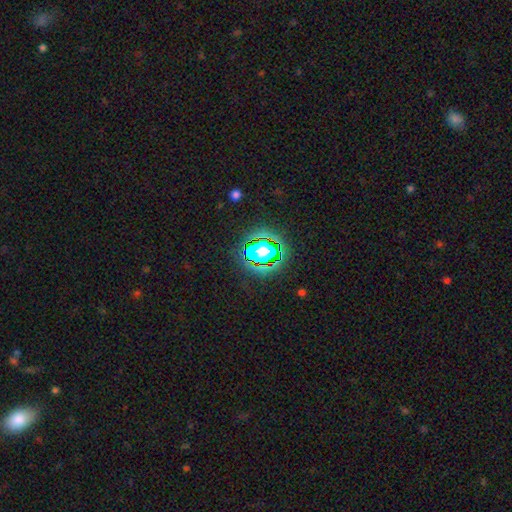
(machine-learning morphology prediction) type=star or artifact (79%).